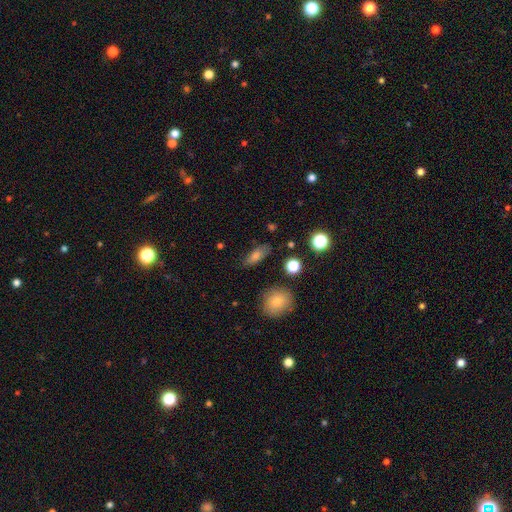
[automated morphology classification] Smooth or featured? smooth (74%)
How rounded? in between (72%)
Merging? none (80%)